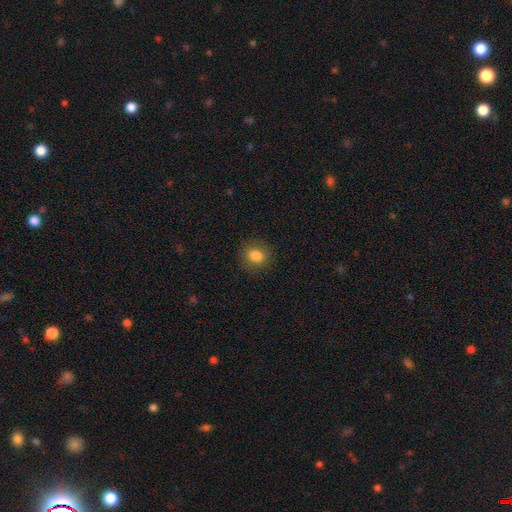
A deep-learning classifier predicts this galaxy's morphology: smooth_or_featured: smooth (p=0.84) [alt: star or artifact p=0.10]
how_rounded: round (p=0.69) [alt: in between p=0.30]
merging: none (p=0.87) [alt: minor disturbance p=0.09]